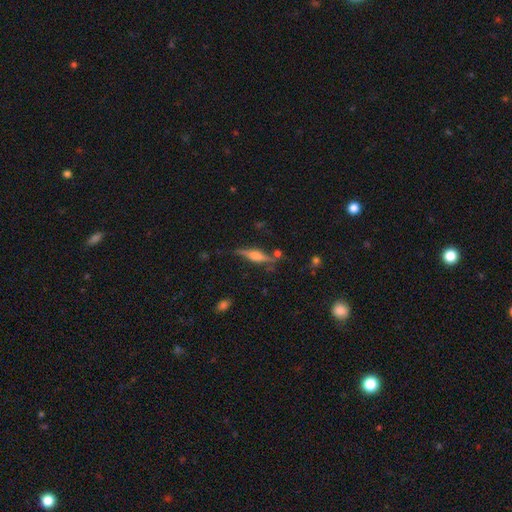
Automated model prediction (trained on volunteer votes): This is likely a featured or disk galaxy (71%). It is clearly viewed edge-on (96%). Edge-on bulge: likely rounded (80%). Merging: likely none (75%).